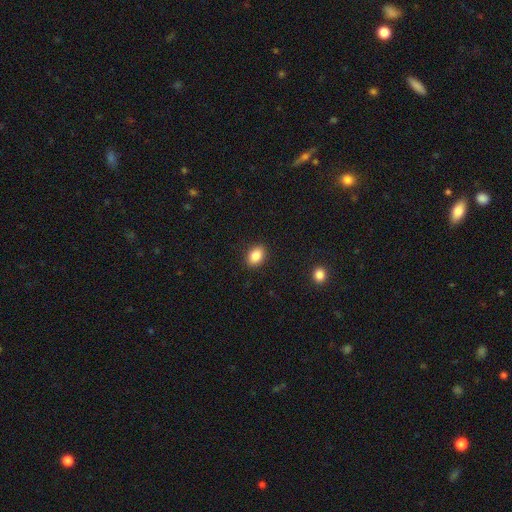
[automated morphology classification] Q: Smooth or featured?
A: smooth (86%); runner-up: star or artifact (9%)
Q: How rounded?
A: in between (76%); runner-up: round (23%)
Q: Merging?
A: none (89%); runner-up: minor disturbance (8%)